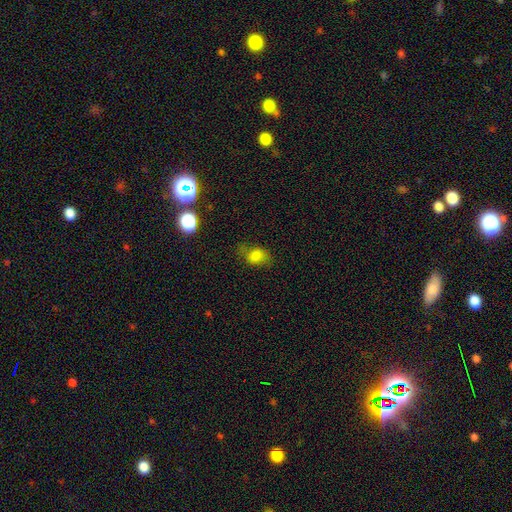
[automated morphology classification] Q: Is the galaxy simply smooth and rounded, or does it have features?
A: smooth — 75%.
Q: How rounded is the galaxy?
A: in between — 68%.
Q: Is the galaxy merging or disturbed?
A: none — 56%.